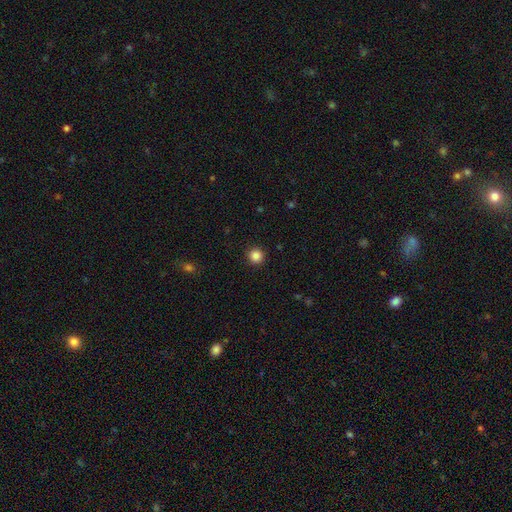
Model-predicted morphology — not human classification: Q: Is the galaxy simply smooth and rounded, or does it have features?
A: smooth — 86%.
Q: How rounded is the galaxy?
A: round — 95%.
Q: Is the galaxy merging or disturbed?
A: none — 93%.